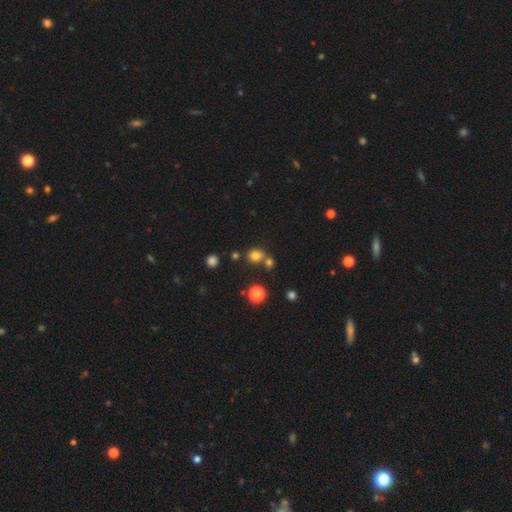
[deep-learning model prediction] smooth-or-featured: smooth: 77% | star or artifact: 16% | featured or disk: 7%
  how-rounded: round: 77% | in between: 22% | cigar-shaped: 1%
  merging: none: 62% | merger: 26% | minor disturbance: 9% | major disturbance: 3%